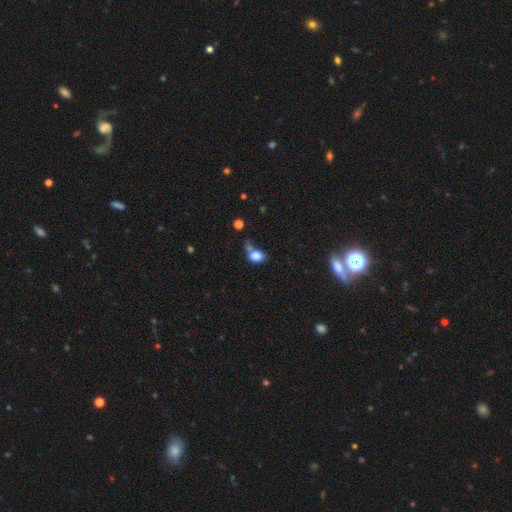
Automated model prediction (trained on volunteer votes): A smooth galaxy with no disk features (80%) that is in between round and cigar-shaped (65%).

Vote fractions:
- Smooth or featured? smooth: 80% / star or artifact: 11% / featured or disk: 9%
- How rounded? in between: 65% / round: 33% / cigar-shaped: 2%
- Merging? none: 33% / merger: 29% / minor disturbance: 21% / major disturbance: 17%